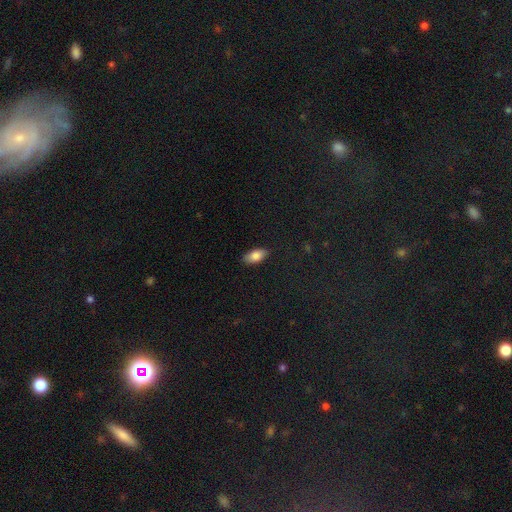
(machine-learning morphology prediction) The model was most divided on "smooth or featured": smooth: 82%, featured or disk: 11%, star or artifact: 7%. More confident: how rounded — in between (91%); merging — none (87%).